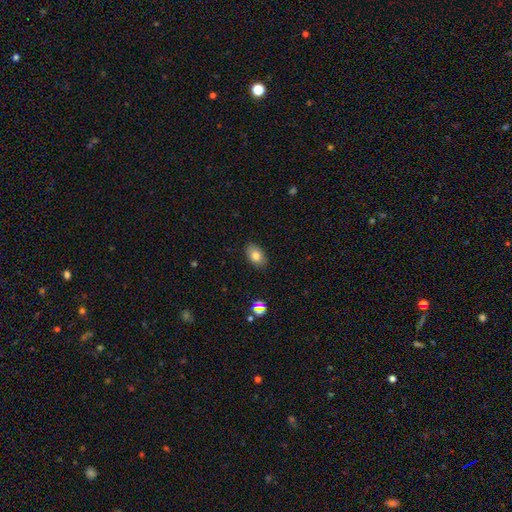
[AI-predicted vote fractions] Morphology: type=smooth (79%); roundness=in between (88%); merging=none (87%).